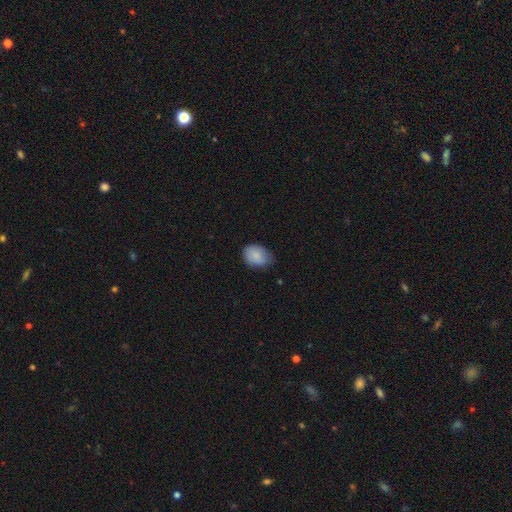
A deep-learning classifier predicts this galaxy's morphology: Smooth or featured? smooth (83%)
How rounded? in between (70%)
Merging? none (61%)